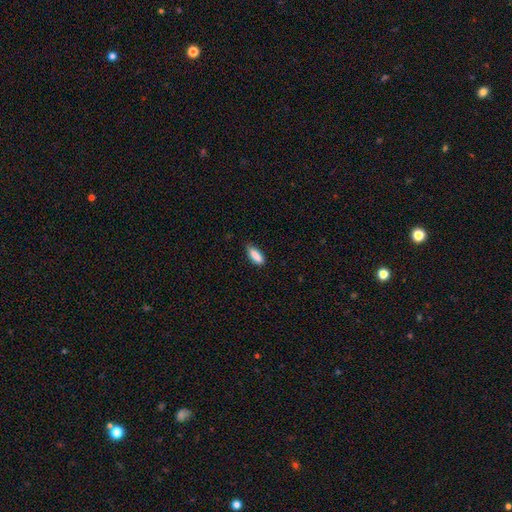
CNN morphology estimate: A smooth galaxy with no disk features (88%) that is in between round and cigar-shaped (73%). Merging: none (76%).